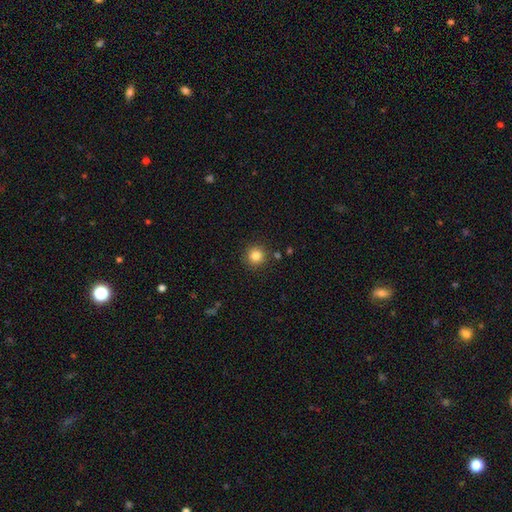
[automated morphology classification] This is clearly a smooth galaxy (84%). How rounded: clearly round (95%). Merging: clearly none (89%).